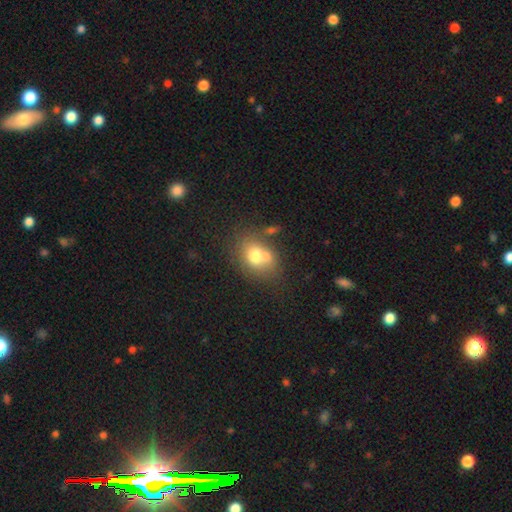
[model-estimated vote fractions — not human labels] Smooth or featured: smooth — 70% (featured or disk — 19%)
How rounded: in between — 52% (round — 46%)
Merging: none — 42% (merger — 36%)